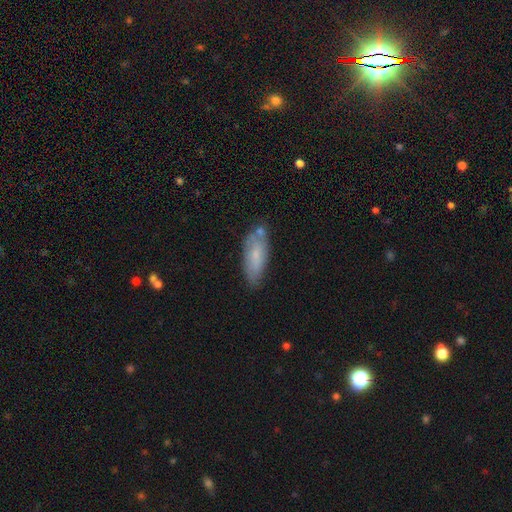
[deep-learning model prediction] A smooth galaxy with no disk features (67%) that is in between round and cigar-shaped (71%). Merging: none (65%).